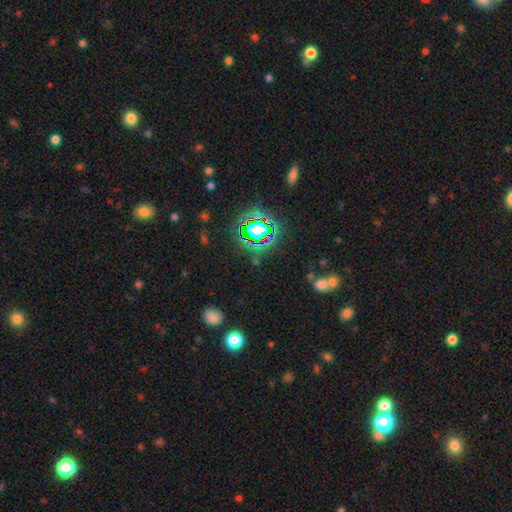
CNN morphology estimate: type=star or artifact (69%).